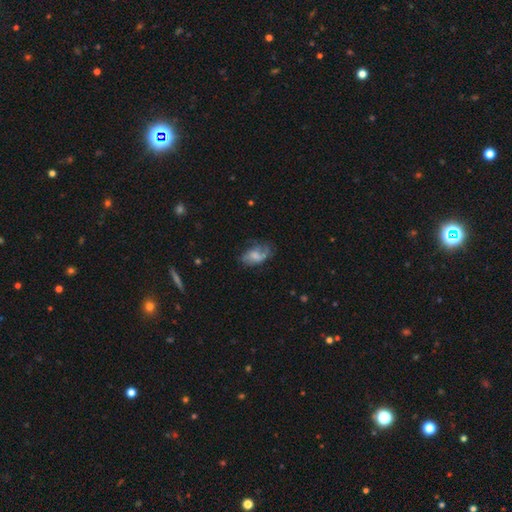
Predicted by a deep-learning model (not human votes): A smooth galaxy with no disk features (46%). Merging: none (45%).